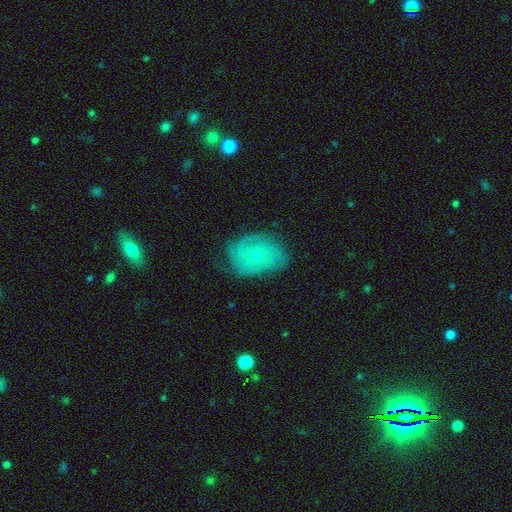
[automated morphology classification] This is possibly a featured or disk galaxy (58%). It is clearly not viewed edge-on (96%). Bar: clearly no (82%). Spiral arm pattern: likely yes (78%). Central bulge: likely small (69%). Merging: likely none (68%).